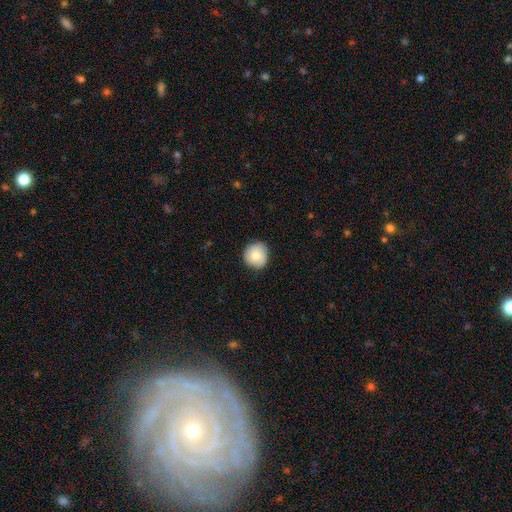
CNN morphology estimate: Smooth or featured: smooth — 67% (featured or disk — 25%)
How rounded: round — 91% (in between — 8%)
Merging: none — 83% (minor disturbance — 13%)